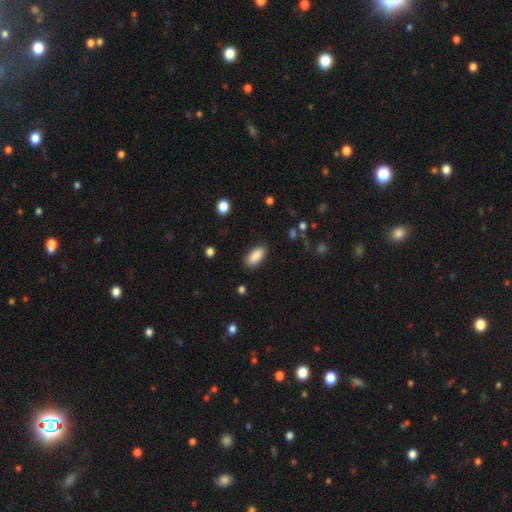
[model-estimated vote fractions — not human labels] smooth 89%, star or artifact 7%, featured or disk 4%. Down the decision tree: how rounded — in between (89%); merging — none (87%).